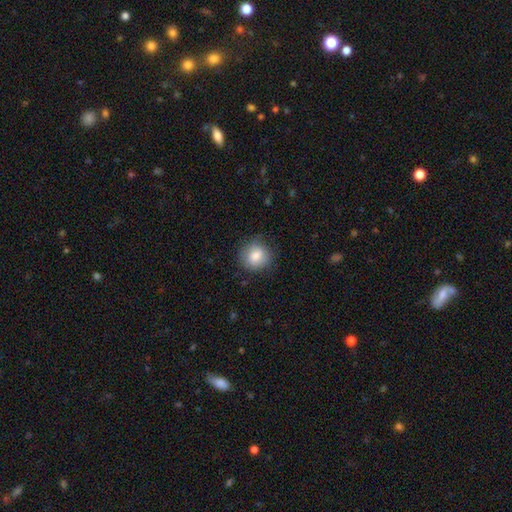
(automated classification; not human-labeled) smooth-or-featured: smooth: 83% | featured or disk: 9% | star or artifact: 8%
  how-rounded: round: 84% | in between: 15% | cigar-shaped: 1%
  merging: none: 80% | minor disturbance: 15% | major disturbance: 4% | merger: 1%